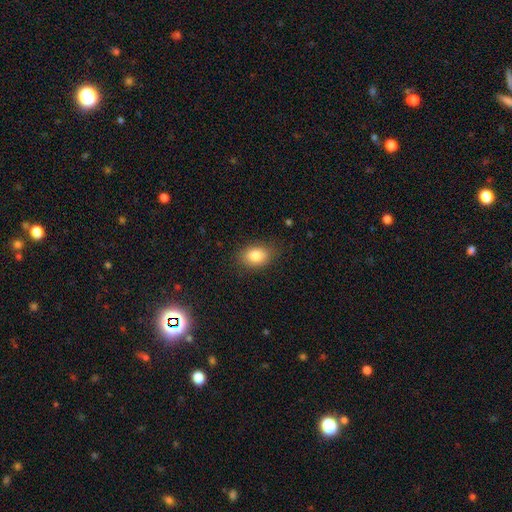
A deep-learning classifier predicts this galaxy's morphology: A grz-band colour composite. It shows a smooth galaxy with no disk features (82%) that is in between round and cigar-shaped (74%). Merging: none (84%).